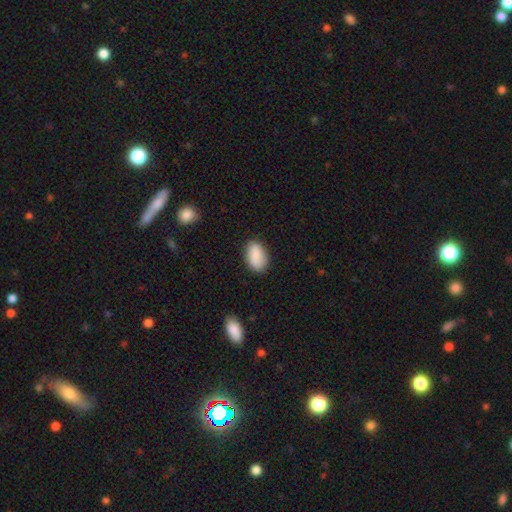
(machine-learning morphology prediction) The model was most divided on "merging": none: 79%, minor disturbance: 16%, major disturbance: 3%, merger: 2%. More confident: how rounded — in between (90%); smooth or featured — smooth (87%).